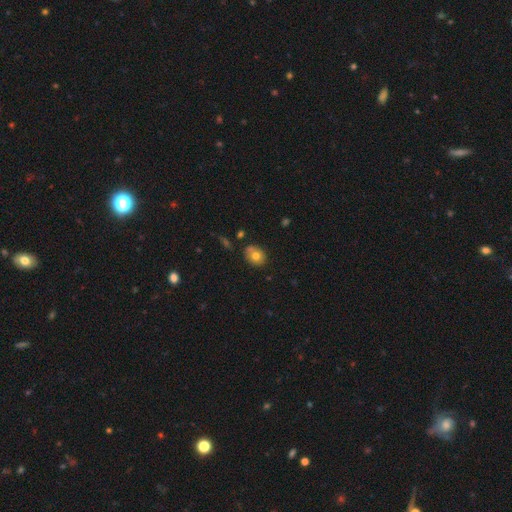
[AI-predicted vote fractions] Smooth or featured: smooth — 74% (featured or disk — 16%)
How rounded: round — 50% (in between — 49%)
Merging: none — 69% (minor disturbance — 19%)